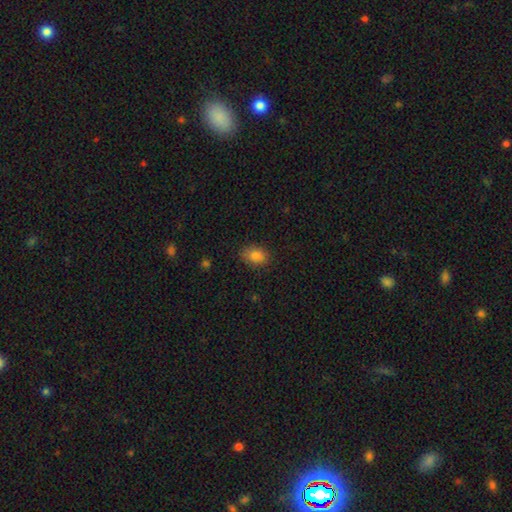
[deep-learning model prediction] This is clearly a smooth galaxy (84%). How rounded: likely in between (77%). Merging: clearly none (83%).